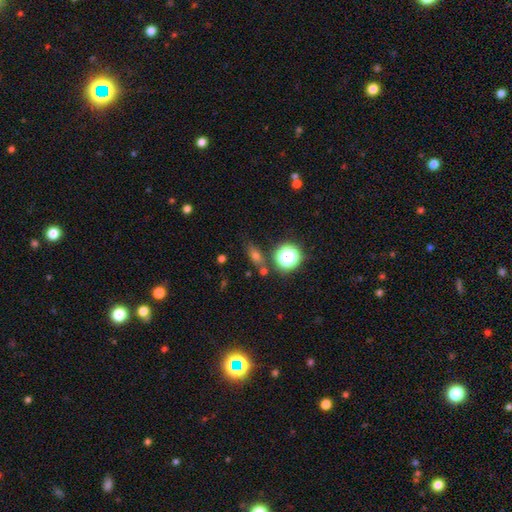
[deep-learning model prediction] Smooth or featured: smooth — 61% (star or artifact — 25%)
How rounded: in between — 55% (round — 27%)
Merging: none — 76% (minor disturbance — 13%)